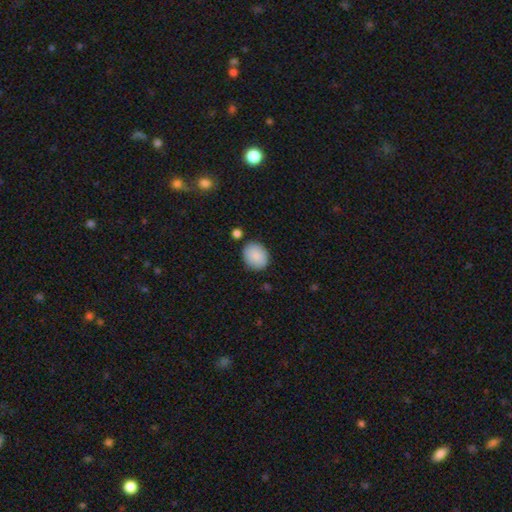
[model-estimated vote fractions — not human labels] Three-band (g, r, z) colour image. It shows a smooth galaxy with no disk features (88%) that is round (57%). Merging: none (82%).